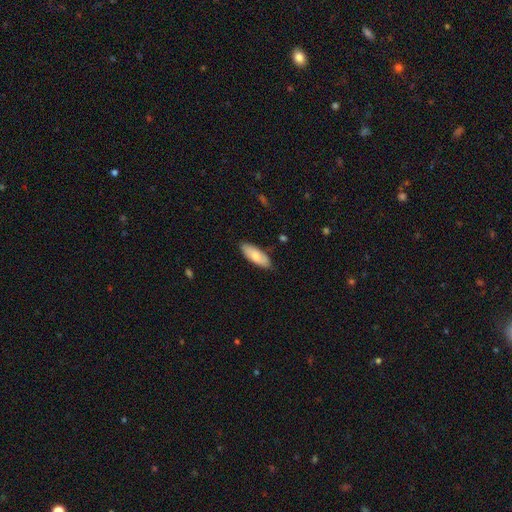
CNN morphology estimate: Overall: smooth (74%). How rounded: in between (76%). Merging: none (82%).